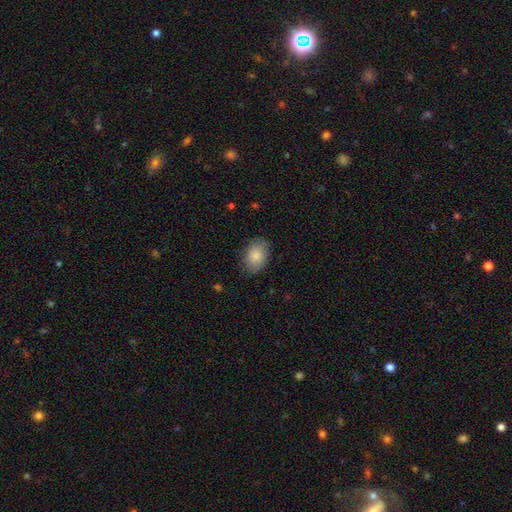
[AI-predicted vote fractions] smooth_or_featured: smooth (p=0.85) [alt: featured or disk p=0.08]
how_rounded: in between (p=0.80) [alt: round p=0.18]
merging: none (p=0.82) [alt: minor disturbance p=0.14]